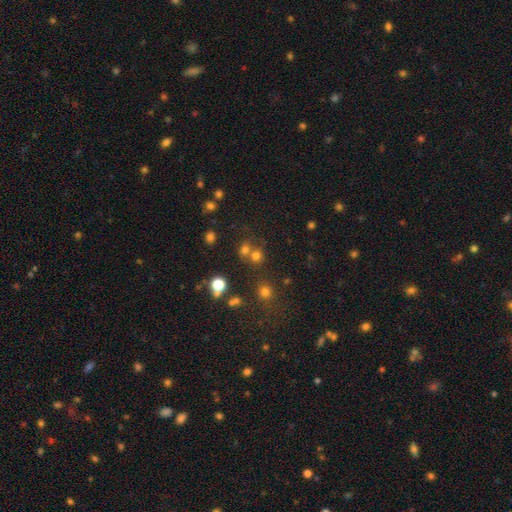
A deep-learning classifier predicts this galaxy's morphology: type=smooth (66%); roundness=round (83%); merging=none (53%).